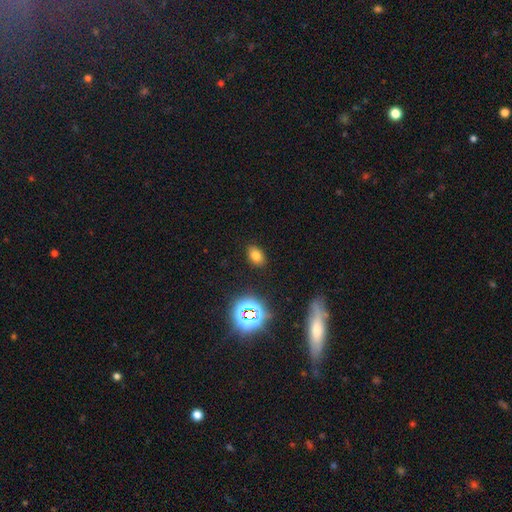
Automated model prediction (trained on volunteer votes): Smooth or featured: smooth — 72% (star or artifact — 20%)
How rounded: in between — 81% (round — 17%)
Merging: none — 87% (minor disturbance — 9%)